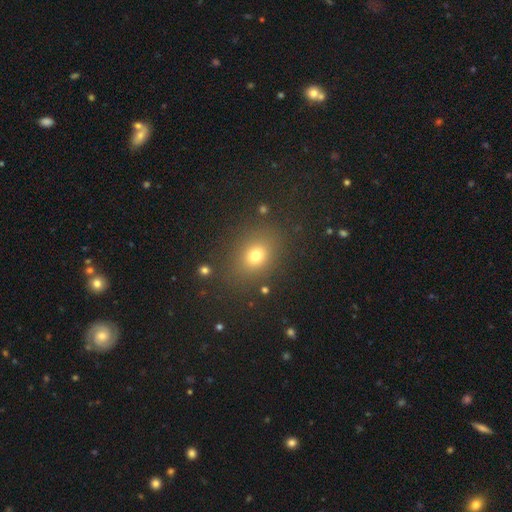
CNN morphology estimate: smooth-or-featured: smooth: 73% | star or artifact: 18% | featured or disk: 9%
  how-rounded: round: 55% | in between: 44% | cigar-shaped: 1%
  merging: none: 83% | minor disturbance: 10% | major disturbance: 5% | merger: 3%